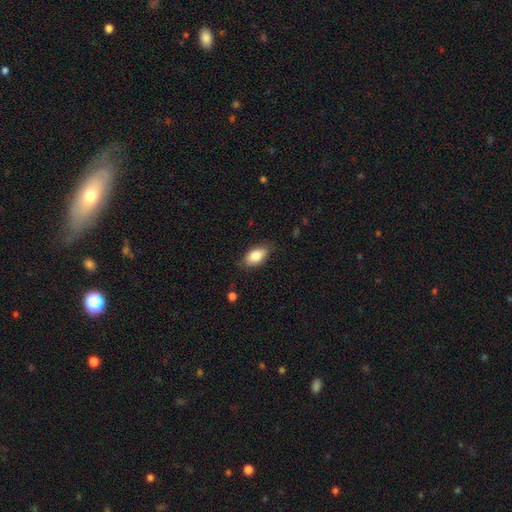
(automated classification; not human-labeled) This is clearly a smooth galaxy (82%). How rounded: clearly in between (90%). Merging: likely none (80%).